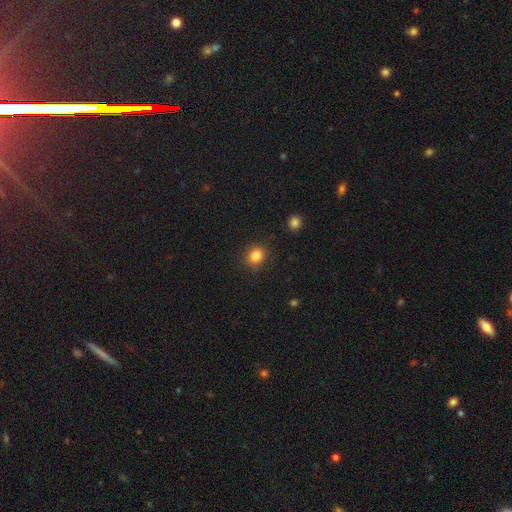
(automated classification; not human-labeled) Overall: smooth (84%). How rounded: round (67%; in between 32%). Merging: none (86%).